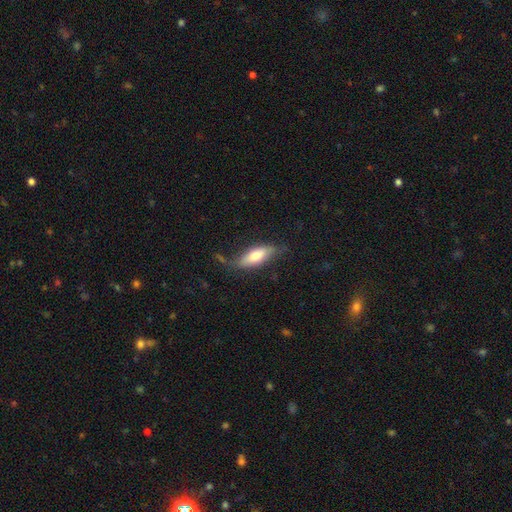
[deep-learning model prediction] Smooth or featured?
  - smooth: 64% *
  - featured or disk: 30%
  - star or artifact: 6%
How rounded?
  - in between: 63% *
  - cigar-shaped: 35%
  - round: 2%
Merging?
  - none: 61% *
  - minor disturbance: 26%
  - major disturbance: 10%
  - merger: 3%